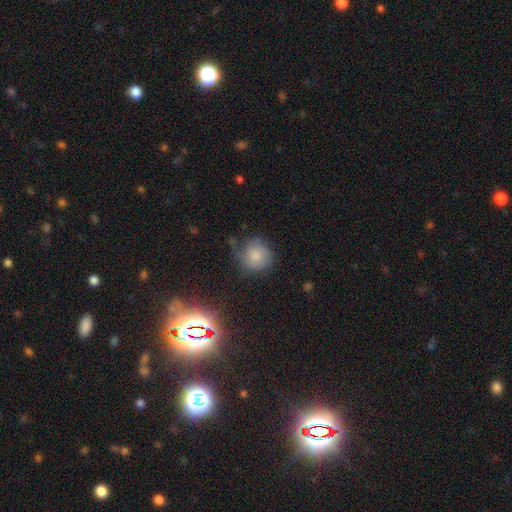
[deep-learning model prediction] A smooth galaxy with no disk features (76%) that is round (88%). Merging: none (55%).